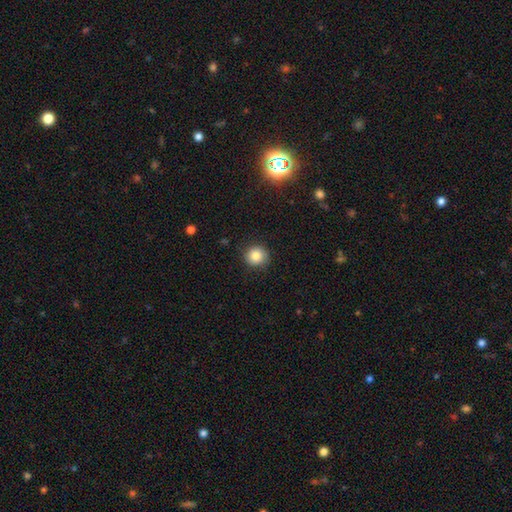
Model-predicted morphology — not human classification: smooth 84%, star or artifact 10%, featured or disk 6%. Down the decision tree: how rounded — round (92%); merging — none (85%).